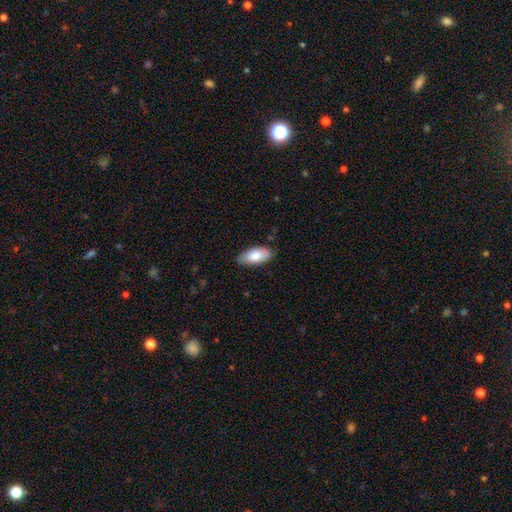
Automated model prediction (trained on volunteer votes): smooth 80%, featured or disk 14%, star or artifact 6%. Down the decision tree: how rounded — in between (92%); merging — none (83%).